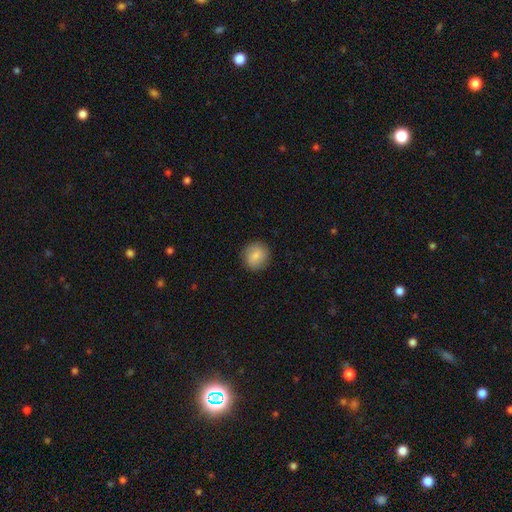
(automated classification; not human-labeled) smooth_or_featured: smooth (p=0.82) [alt: featured or disk p=0.11]
how_rounded: round (p=0.90) [alt: in between p=0.09]
merging: none (p=0.88) [alt: minor disturbance p=0.09]